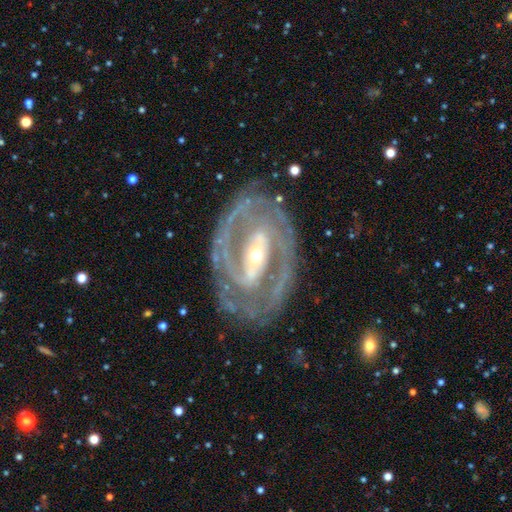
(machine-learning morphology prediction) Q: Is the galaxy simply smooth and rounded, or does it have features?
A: featured or disk — 90%.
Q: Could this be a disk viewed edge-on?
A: no — 95%.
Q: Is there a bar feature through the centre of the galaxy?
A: strong — 49%.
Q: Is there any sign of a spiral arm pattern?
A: yes — 92%.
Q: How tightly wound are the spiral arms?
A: tight — 60%.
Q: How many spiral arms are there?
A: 2 — 67%.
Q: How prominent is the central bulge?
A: small — 57%.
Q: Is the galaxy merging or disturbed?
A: none — 77%.